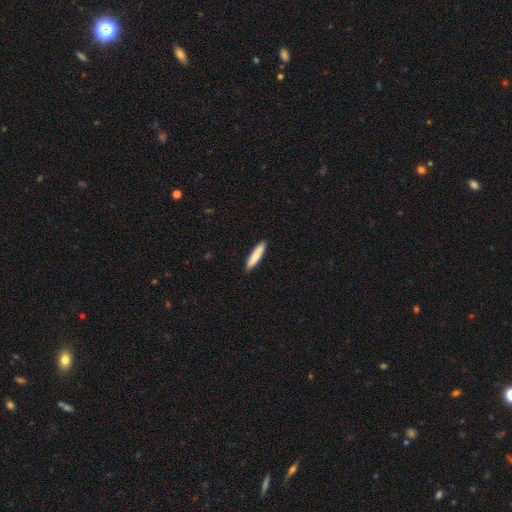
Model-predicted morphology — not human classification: The model was most divided on "smooth or featured": smooth: 84%, featured or disk: 11%, star or artifact: 5%. More confident: merging — none (91%); how rounded — cigar-shaped (88%).